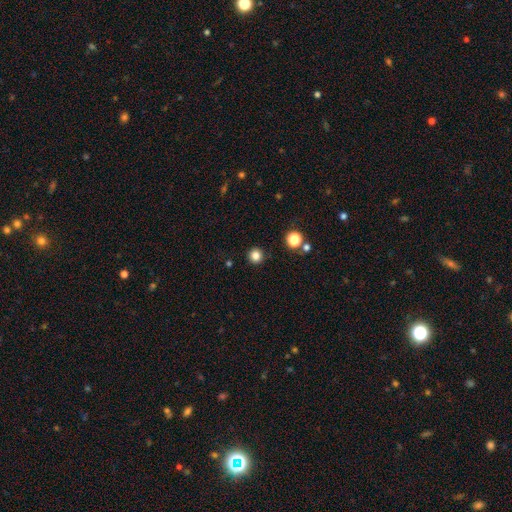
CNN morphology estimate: Smooth or featured? smooth (83%)
How rounded? round (95%)
Merging? none (92%)